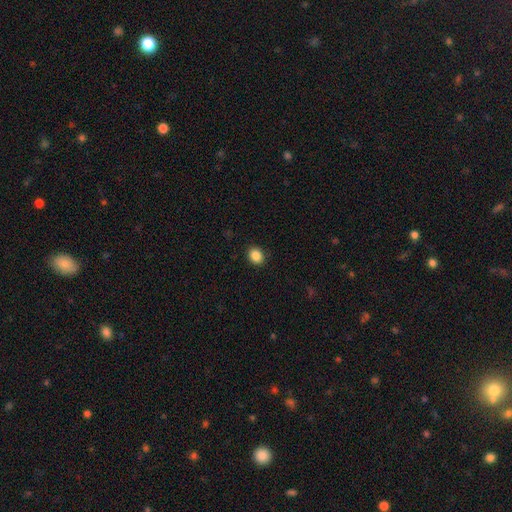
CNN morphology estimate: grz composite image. It shows a smooth galaxy with no disk features (86%) that is round (59%). Merging: none (90%).